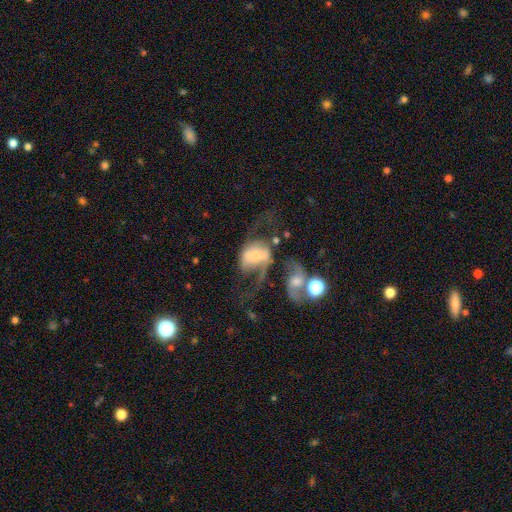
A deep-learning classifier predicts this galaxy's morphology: A featured or disk galaxy (65%) with no bar (47%), spiral arms (77%) and a small central bulge (54%). Merging: major disturbance (33%).